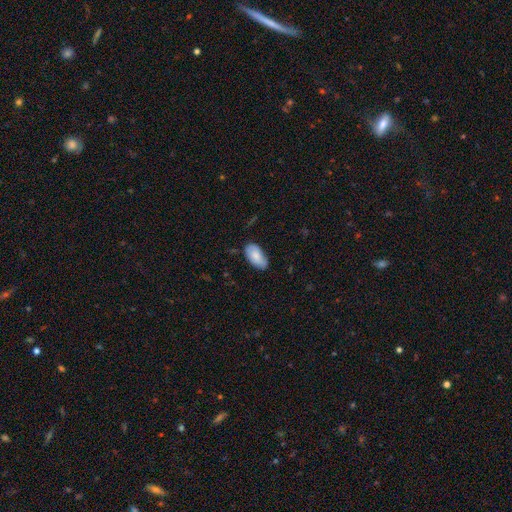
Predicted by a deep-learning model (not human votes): Morphology: type=smooth (80%); roundness=in between (95%); merging=none (72%).